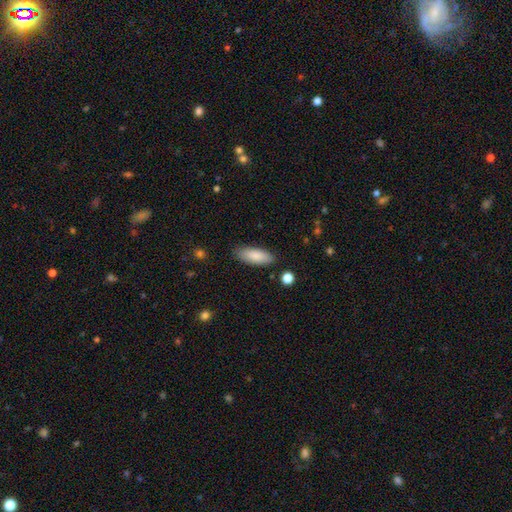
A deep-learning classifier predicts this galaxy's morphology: Overall: smooth (86%). How rounded: in between (73%). Merging: none (85%).